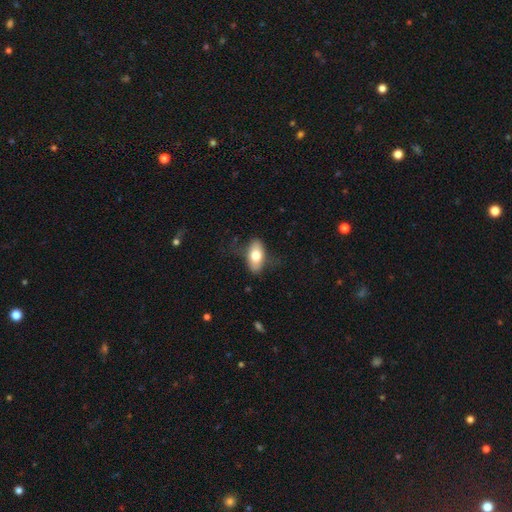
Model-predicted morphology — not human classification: The model was most divided on "smooth or featured": smooth: 71%, featured or disk: 23%, star or artifact: 6%. More confident: how rounded — in between (87%); merging — none (73%).